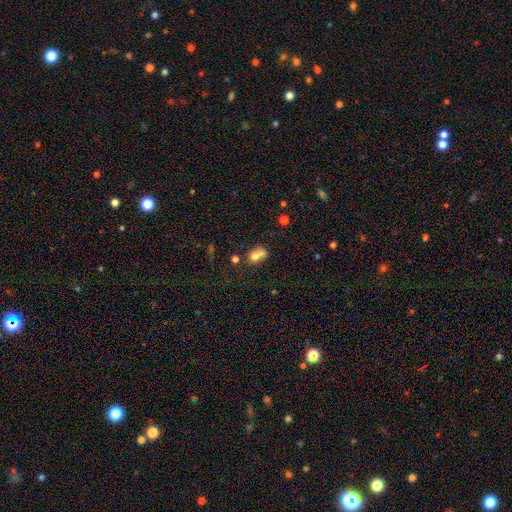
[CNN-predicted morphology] The model was most divided on "how rounded": round: 54%, in between: 45%, cigar-shaped: 1%. More confident: smooth or featured — smooth (69%); merging — merger (60%).